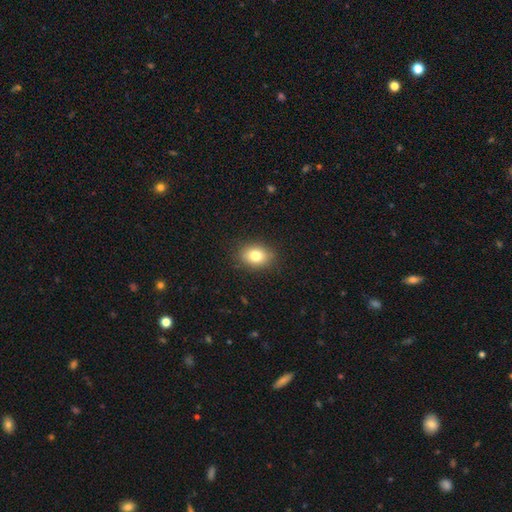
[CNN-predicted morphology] The model was most divided on "how rounded": in between: 63%, round: 36%, cigar-shaped: 1%. More confident: merging — none (87%); smooth or featured — smooth (80%).